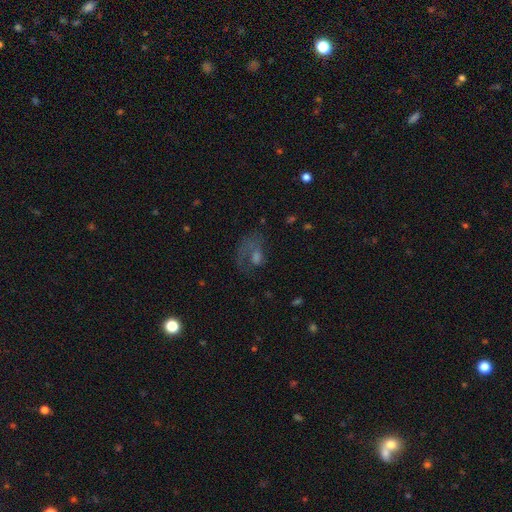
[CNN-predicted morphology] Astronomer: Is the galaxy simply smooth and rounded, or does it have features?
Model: featured or disk — 42% (runner-up: smooth, 36%).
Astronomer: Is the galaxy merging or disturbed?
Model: major disturbance — 43% (runner-up: none, 36%).